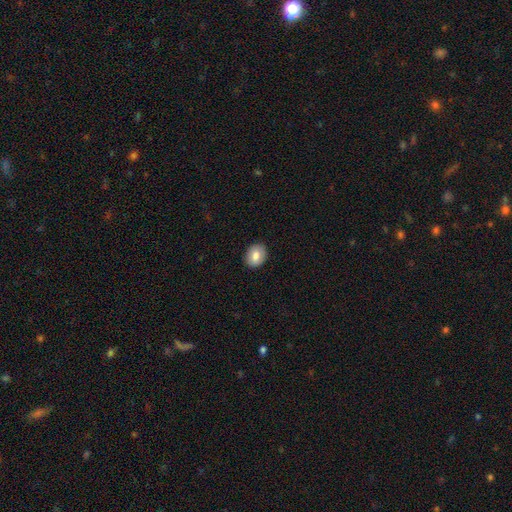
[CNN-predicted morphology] Smooth or featured?
  - smooth: 80% *
  - featured or disk: 13%
  - star or artifact: 7%
How rounded?
  - in between: 55% *
  - round: 44%
  - cigar-shaped: 1%
Merging?
  - none: 89% *
  - minor disturbance: 8%
  - major disturbance: 2%
  - merger: 1%